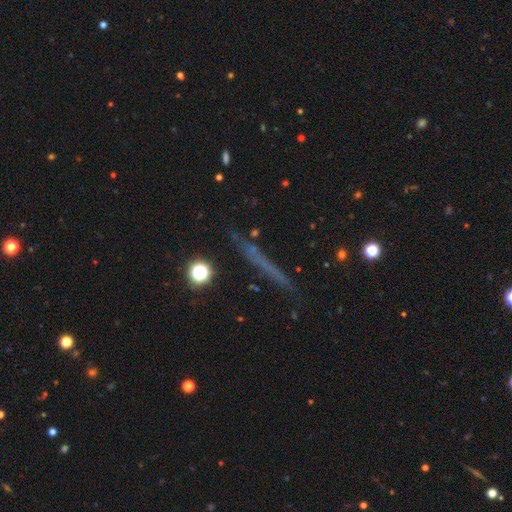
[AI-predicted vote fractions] Q: Smooth or featured?
A: featured or disk (43%); runner-up: smooth (42%)
Q: Merging?
A: none (84%); runner-up: minor disturbance (11%)